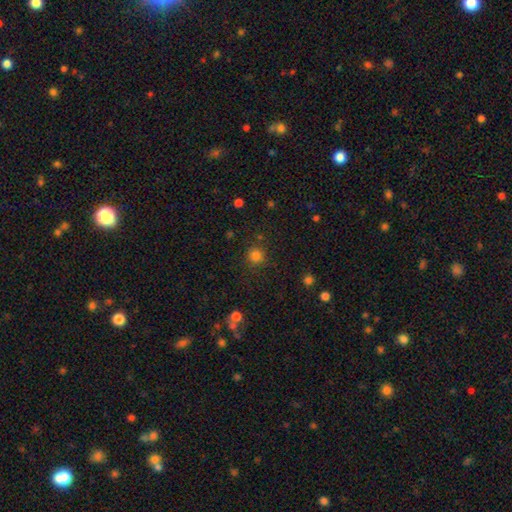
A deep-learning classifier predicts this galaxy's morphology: type=smooth (81%); roundness=round (93%); merging=none (85%).